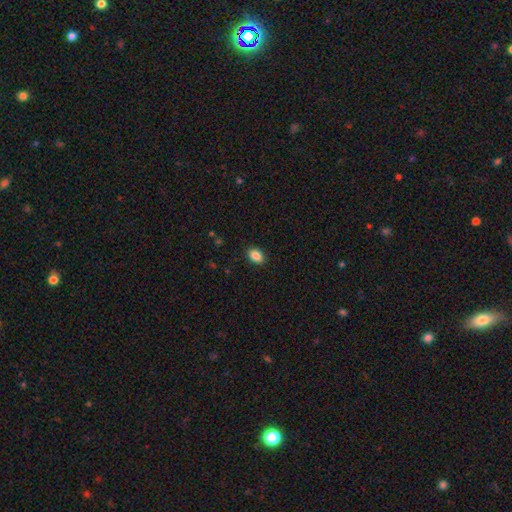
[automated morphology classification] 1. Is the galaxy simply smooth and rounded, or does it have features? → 88% smooth, 8% star or artifact, 4% featured or disk.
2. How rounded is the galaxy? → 84% in between, 15% round, 1% cigar-shaped.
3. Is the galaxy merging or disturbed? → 90% none, 8% minor disturbance, 2% major disturbance, 1% merger.